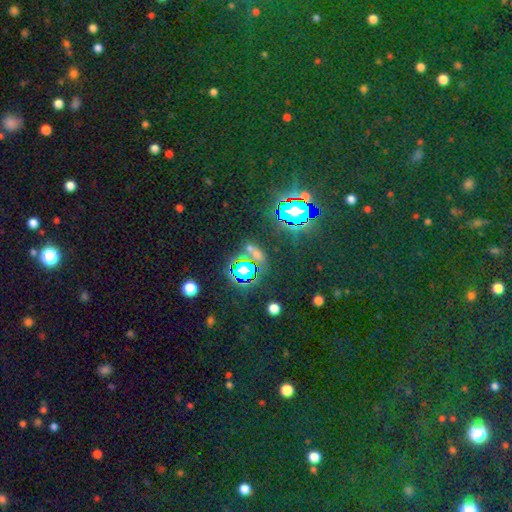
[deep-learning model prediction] This appears to be a star or artifact, not a galaxy (73%).